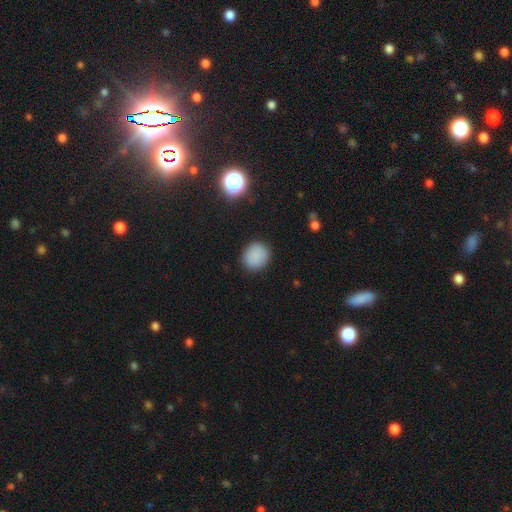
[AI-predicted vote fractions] Smooth or featured? smooth (86%)
How rounded? round (77%)
Merging? none (89%)